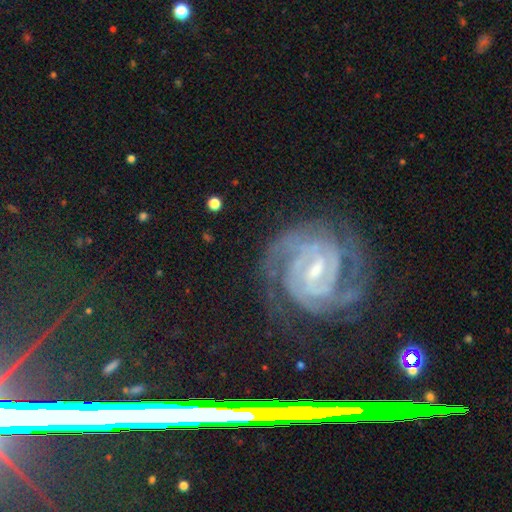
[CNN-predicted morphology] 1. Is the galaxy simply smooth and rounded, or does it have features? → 89% featured or disk, 6% star or artifact, 5% smooth.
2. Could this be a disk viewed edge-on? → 98% no, 2% yes.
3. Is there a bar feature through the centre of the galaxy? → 51% weak, 37% strong, 13% no.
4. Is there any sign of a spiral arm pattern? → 98% yes, 2% no.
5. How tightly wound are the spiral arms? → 68% tight, 28% medium, 4% loose.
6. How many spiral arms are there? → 50% 2, 18% 3, 14% can't tell, 7% 4, 5% more than 4, 5% 1.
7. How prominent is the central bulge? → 58% small, 33% moderate, 6% none, 3% large, 1% dominant.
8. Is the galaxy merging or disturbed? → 70% none, 16% minor disturbance, 10% major disturbance, 4% merger.